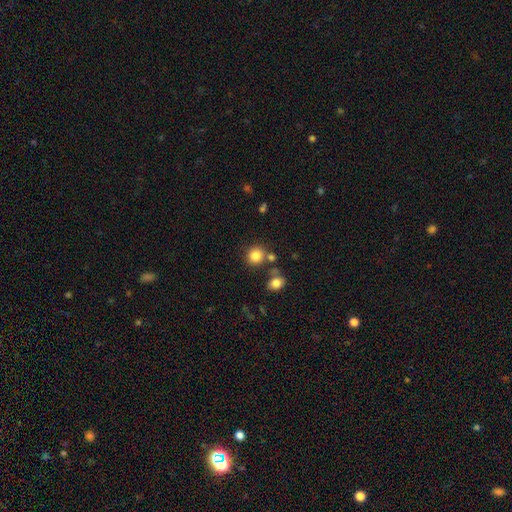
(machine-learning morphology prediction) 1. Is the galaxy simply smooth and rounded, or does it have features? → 83% smooth, 11% star or artifact, 6% featured or disk.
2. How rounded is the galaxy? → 87% round, 12% in between, 1% cigar-shaped.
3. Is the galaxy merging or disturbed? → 75% none, 12% merger, 10% minor disturbance, 4% major disturbance.